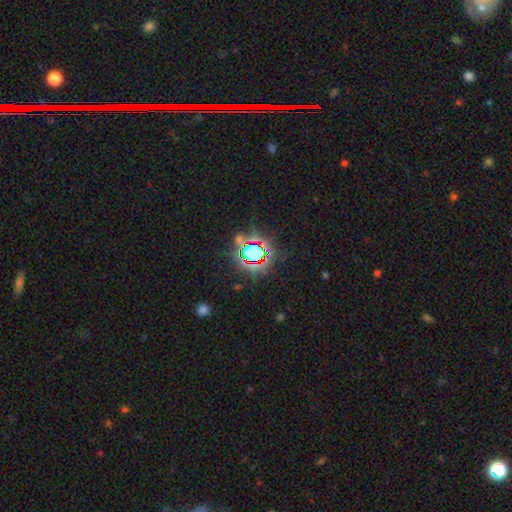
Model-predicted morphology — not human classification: Smooth or featured: star or artifact — 73% (smooth — 18%)